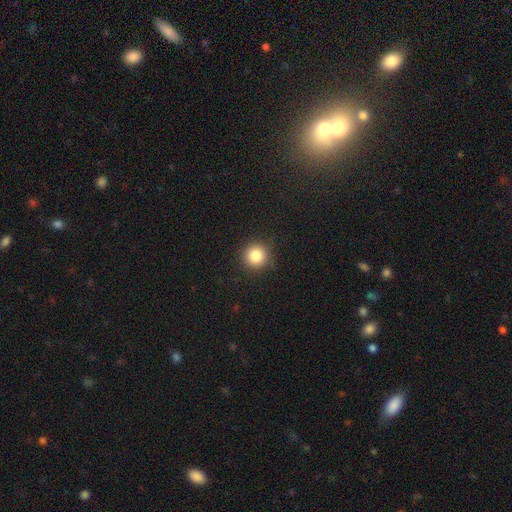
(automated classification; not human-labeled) Overall: smooth (85%). How rounded: round (95%). Merging: none (91%).